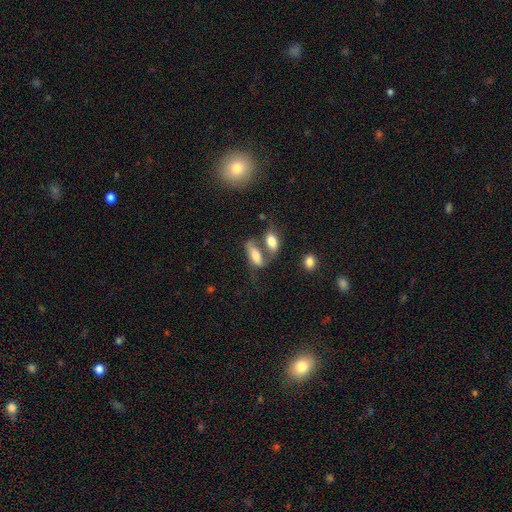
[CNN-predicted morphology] Smooth or featured? Predicted: smooth (p=0.67). How rounded? Predicted: in between (p=0.80). Merging? Predicted: merger (p=0.50).